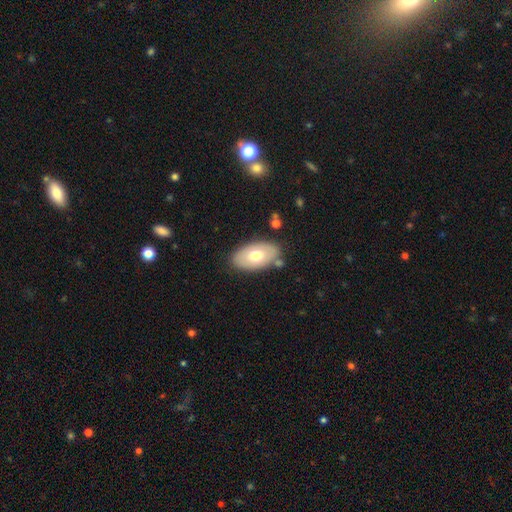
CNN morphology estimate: smooth 63%, featured or disk 31%, star or artifact 6%. Down the decision tree: how rounded — in between (93%); merging — none (78%).